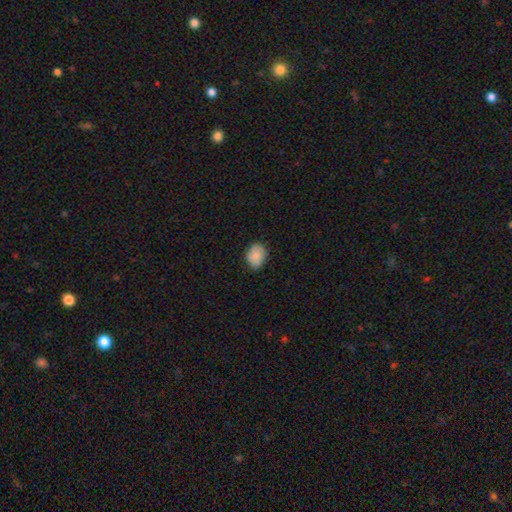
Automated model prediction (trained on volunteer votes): This appears to be a smooth galaxy with no disk features (85%) that is in between round and cigar-shaped (59%). Merging: none (79%).